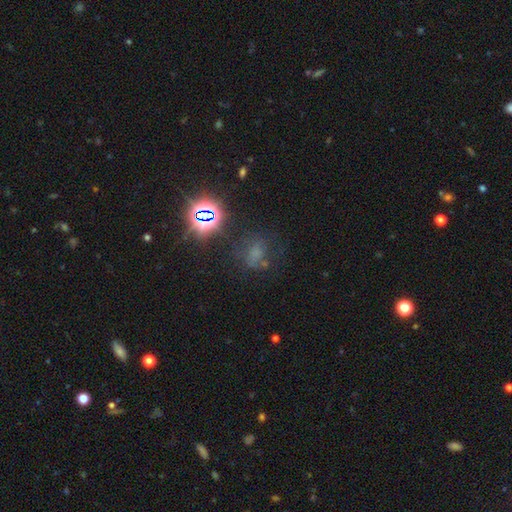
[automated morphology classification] smooth-or-featured: star or artifact: 48% | smooth: 34% | featured or disk: 18%